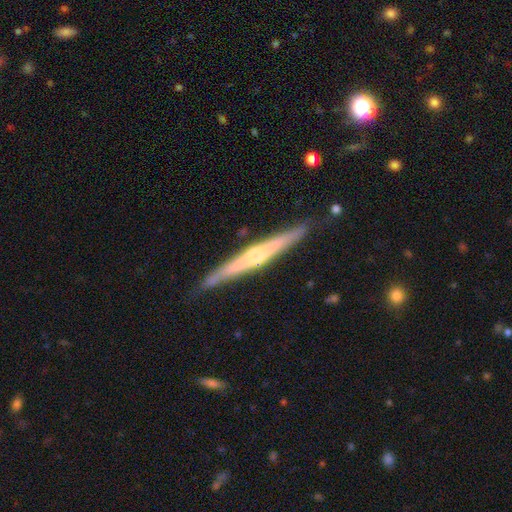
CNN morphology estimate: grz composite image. It shows a featured or disk galaxy (71%) viewed edge-on (97%) with a rounded central bulge (77%). Merging: none (86%).